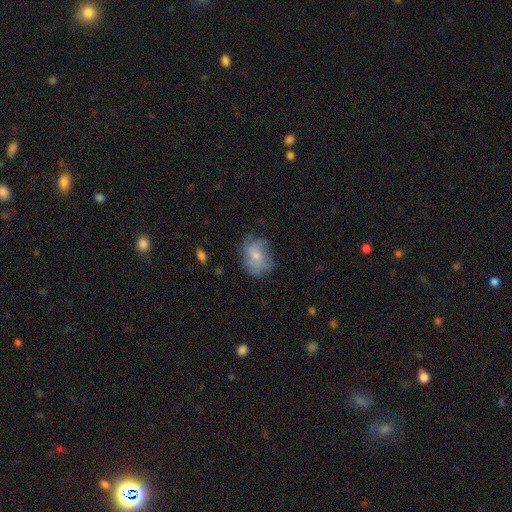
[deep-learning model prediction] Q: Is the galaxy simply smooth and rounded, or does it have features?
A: smooth — 50%.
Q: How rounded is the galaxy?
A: in between — 53%.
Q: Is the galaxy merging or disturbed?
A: none — 58%.